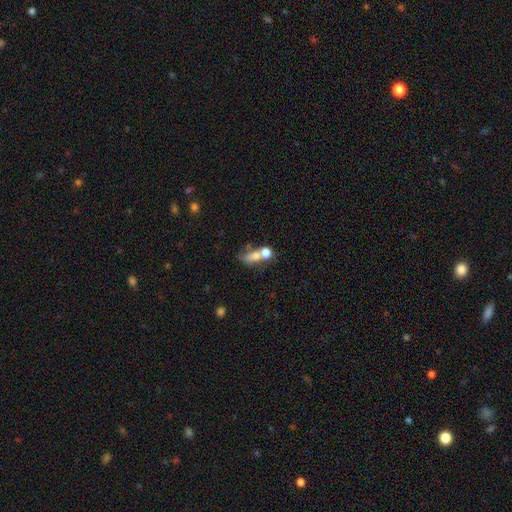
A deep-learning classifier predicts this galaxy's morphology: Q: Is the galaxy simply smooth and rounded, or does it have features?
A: smooth — 65%.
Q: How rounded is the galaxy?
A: in between — 56%.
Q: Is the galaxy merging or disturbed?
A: merger — 53%.